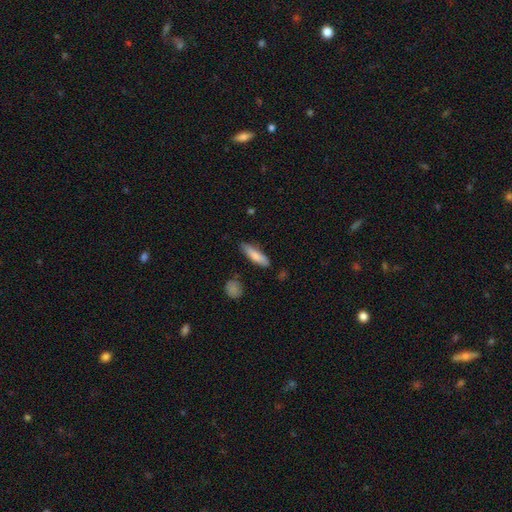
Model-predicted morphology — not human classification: This is likely a smooth galaxy (80%). How rounded: likely cigar-shaped (66%). Merging: likely none (79%).